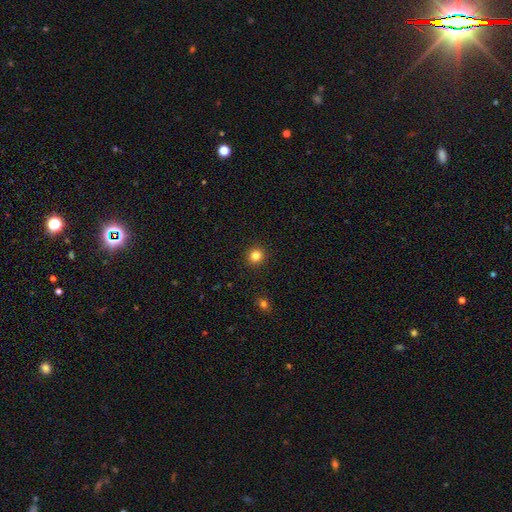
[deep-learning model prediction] smooth-or-featured: smooth: 82% | star or artifact: 12% | featured or disk: 5%
  how-rounded: round: 91% | in between: 8% | cigar-shaped: 1%
  merging: none: 92% | minor disturbance: 5% | major disturbance: 2% | merger: 1%